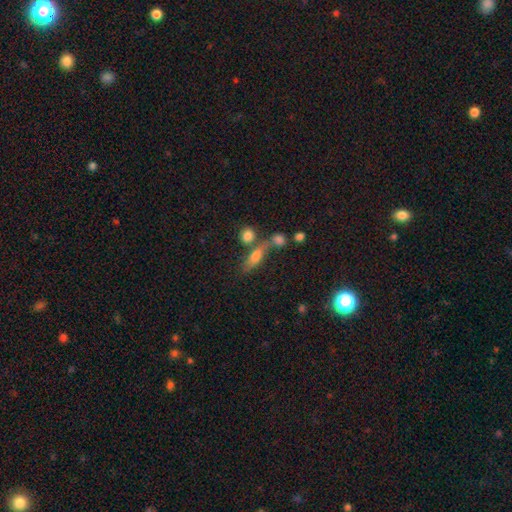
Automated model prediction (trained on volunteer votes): A smooth galaxy with no disk features (62%) that is in between round and cigar-shaped (52%). Merging: none (49%).